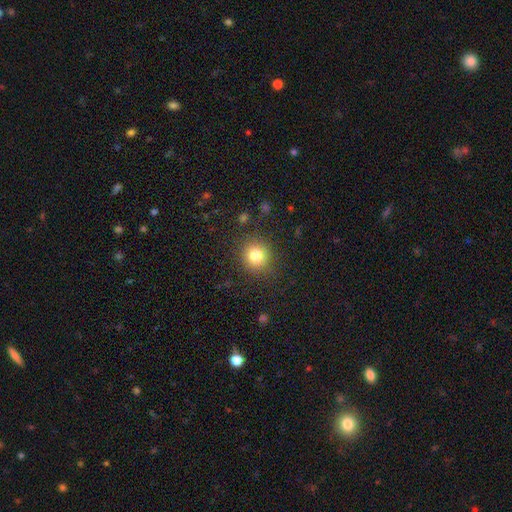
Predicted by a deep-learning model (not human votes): smooth_or_featured: smooth (p=0.80) [alt: star or artifact p=0.13]
how_rounded: round (p=0.91) [alt: in between p=0.08]
merging: none (p=0.87) [alt: minor disturbance p=0.08]